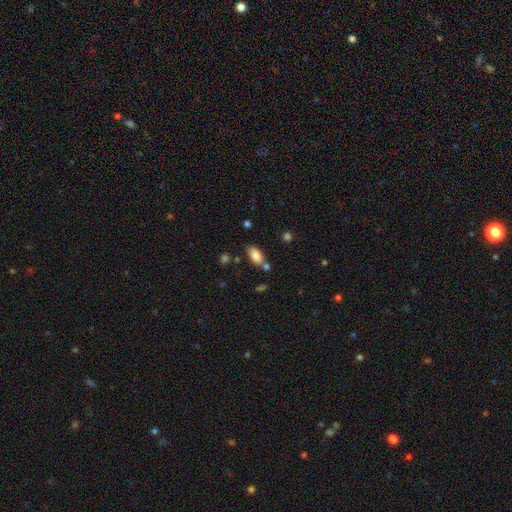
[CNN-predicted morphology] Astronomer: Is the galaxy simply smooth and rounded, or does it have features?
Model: smooth — 85%.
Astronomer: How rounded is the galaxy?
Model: in between — 92%.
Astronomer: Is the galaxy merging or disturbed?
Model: none — 70%.